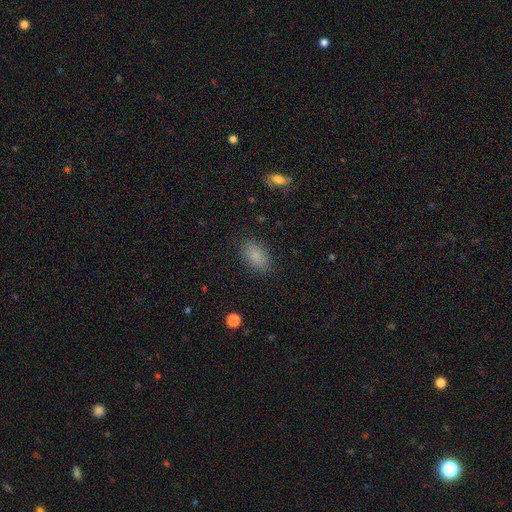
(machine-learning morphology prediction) Smooth or featured? Predicted: smooth (p=0.86). How rounded? Predicted: in between (p=0.90). Merging? Predicted: none (p=0.86).